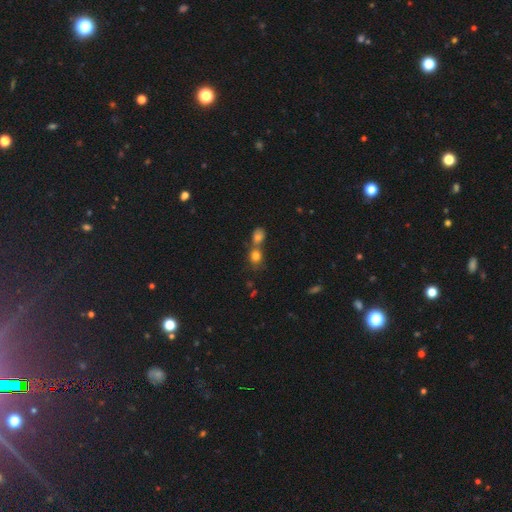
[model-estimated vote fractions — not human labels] This is likely a smooth galaxy (77%). How rounded: likely round (69%). Merging: possibly merger (49%).